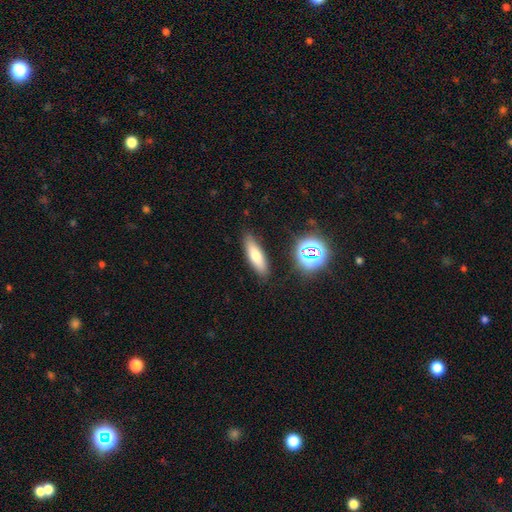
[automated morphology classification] Smooth or featured: smooth — 68% (featured or disk — 21%)
How rounded: cigar-shaped — 55% (in between — 41%)
Merging: none — 86% (minor disturbance — 9%)